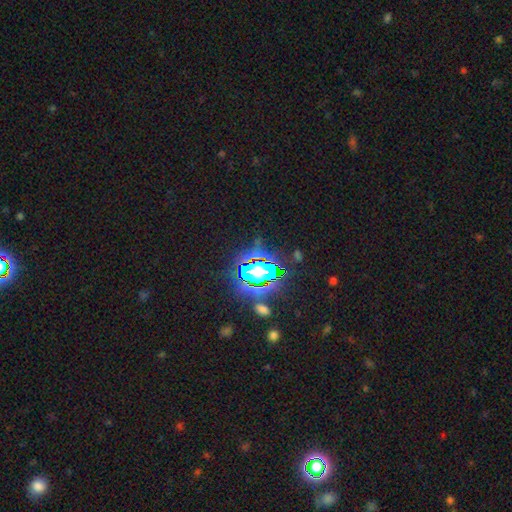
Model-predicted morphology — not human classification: A star or artifact, not a galaxy (82%).